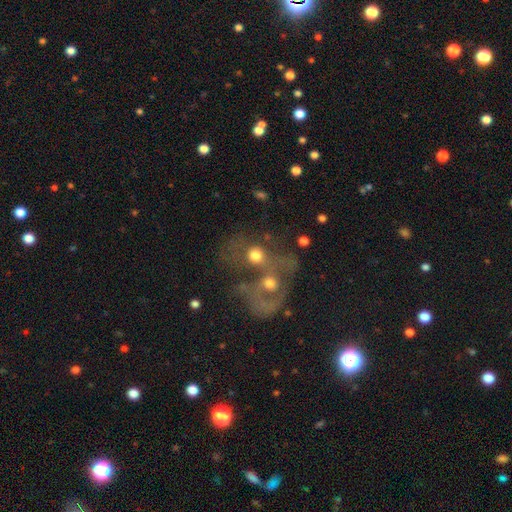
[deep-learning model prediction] Overall: smooth (53%; featured or disk 34%). How rounded: round (65%; in between 33%). Merging: merger (67%).